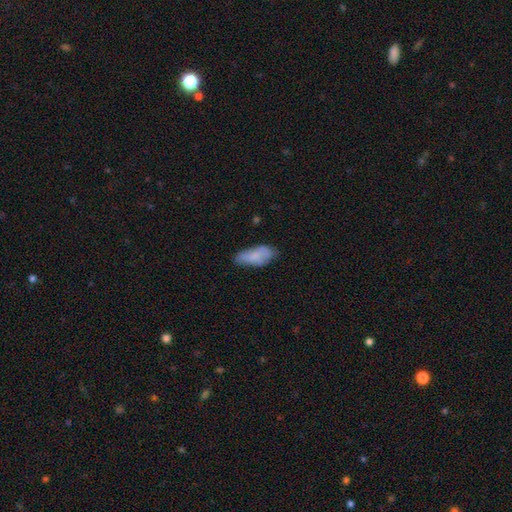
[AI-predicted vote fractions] Morphology: type=smooth (75%); roundness=in between (85%); merging=none (55%).